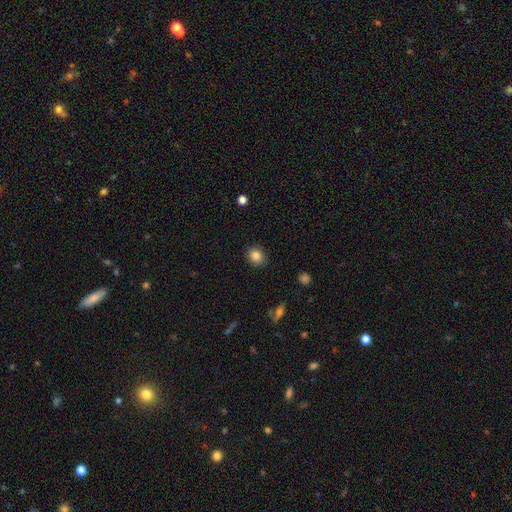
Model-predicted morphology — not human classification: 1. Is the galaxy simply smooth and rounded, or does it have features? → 85% smooth, 10% star or artifact, 5% featured or disk.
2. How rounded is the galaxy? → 65% round, 34% in between, 1% cigar-shaped.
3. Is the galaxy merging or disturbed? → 88% none, 9% minor disturbance, 2% major disturbance, 1% merger.